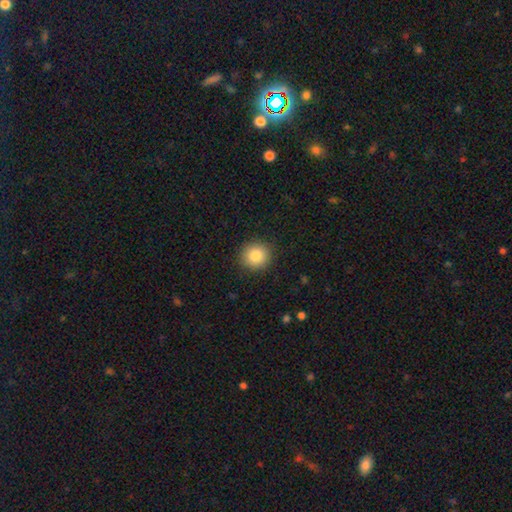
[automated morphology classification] smooth 84%, star or artifact 9%, featured or disk 7%. Down the decision tree: how rounded — round (90%); merging — none (91%).